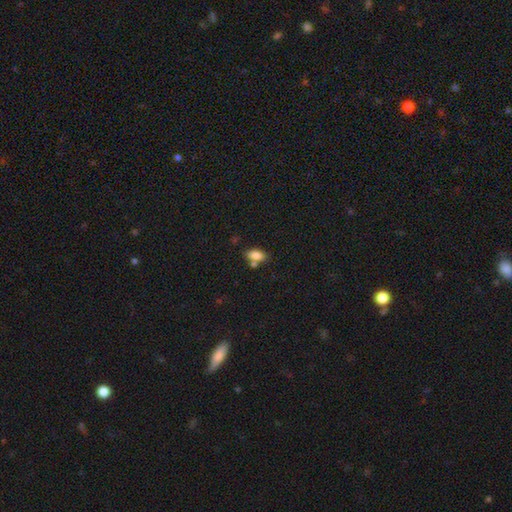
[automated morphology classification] Smooth or featured? smooth (83%)
How rounded? in between (89%)
Merging? none (62%)